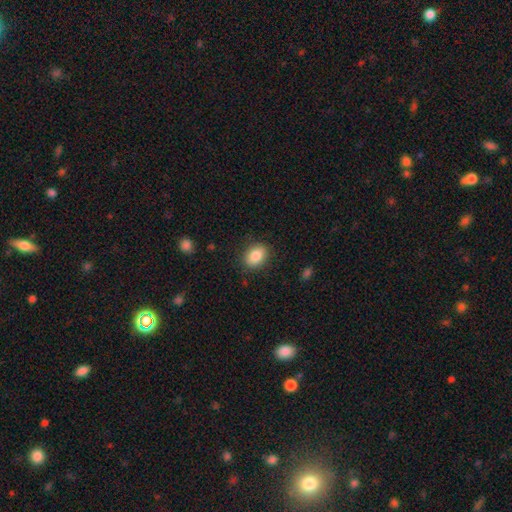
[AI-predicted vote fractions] Smooth or featured? Predicted: smooth (p=0.86). How rounded? Predicted: in between (p=0.72). Merging? Predicted: none (p=0.85).